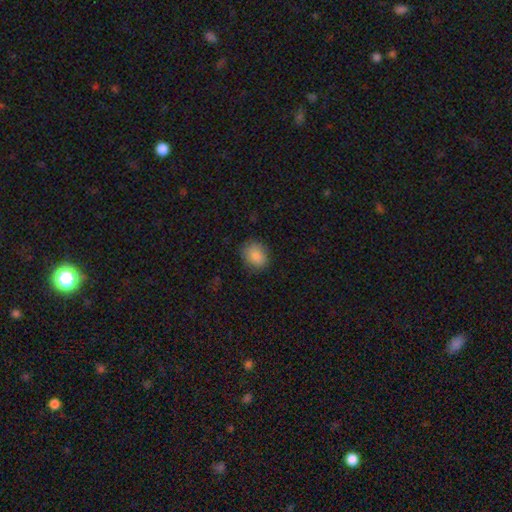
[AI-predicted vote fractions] Smooth or featured?
  - smooth: 87% *
  - star or artifact: 8%
  - featured or disk: 5%
How rounded?
  - round: 50% *
  - in between: 49%
  - cigar-shaped: 1%
Merging?
  - none: 82% *
  - minor disturbance: 14%
  - major disturbance: 4%
  - merger: 1%